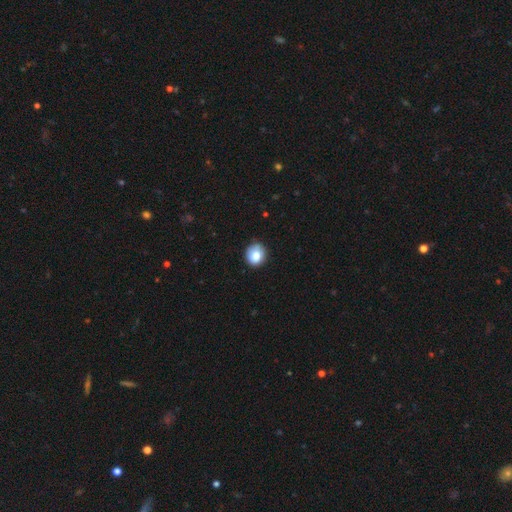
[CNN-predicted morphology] Q: Smooth or featured?
A: smooth (83%); runner-up: star or artifact (9%)
Q: How rounded?
A: round (75%); runner-up: in between (25%)
Q: Merging?
A: none (75%); runner-up: minor disturbance (20%)